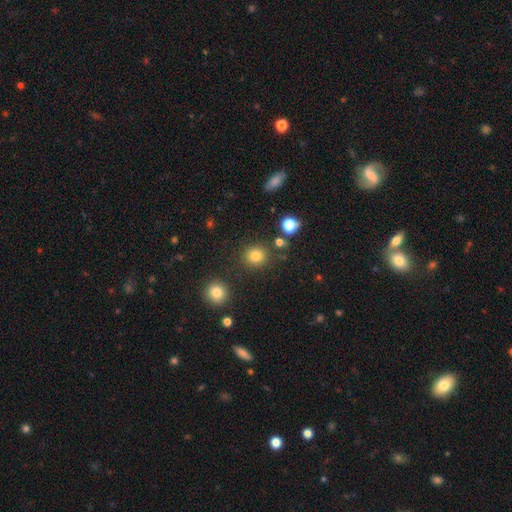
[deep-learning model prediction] Smooth or featured? Predicted: smooth (p=0.81). How rounded? Predicted: round (p=0.89). Merging? Predicted: none (p=0.86).